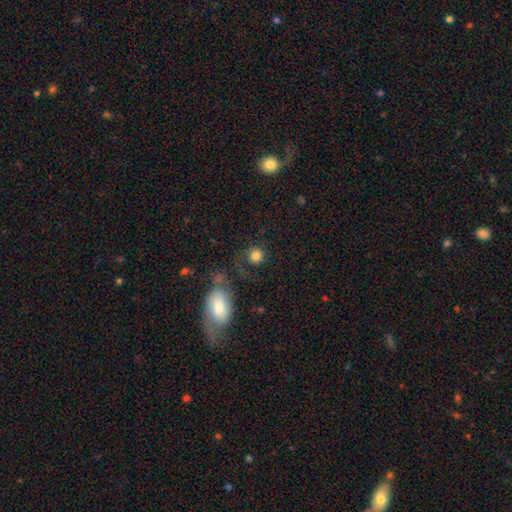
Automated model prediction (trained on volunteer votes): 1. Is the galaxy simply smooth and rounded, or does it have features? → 79% smooth, 11% featured or disk, 10% star or artifact.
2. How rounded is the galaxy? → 87% round, 12% in between, 1% cigar-shaped.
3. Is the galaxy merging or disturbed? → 59% none, 15% major disturbance, 14% minor disturbance, 11% merger.